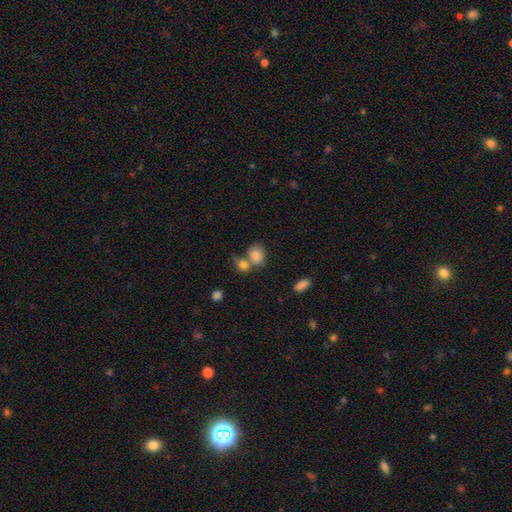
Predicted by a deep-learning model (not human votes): Smooth or featured: smooth — 81% (featured or disk — 10%)
How rounded: in between — 52% (round — 47%)
Merging: merger — 46% (none — 38%)